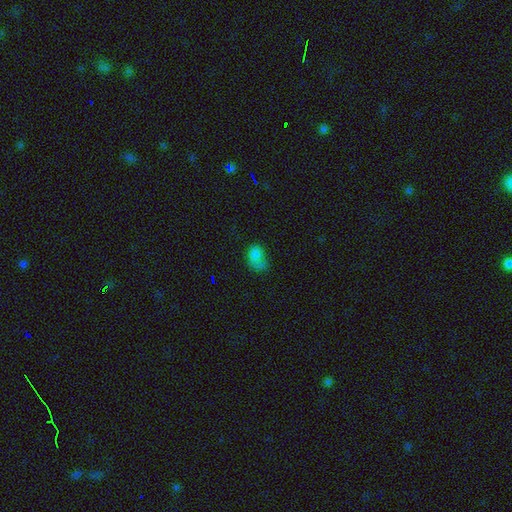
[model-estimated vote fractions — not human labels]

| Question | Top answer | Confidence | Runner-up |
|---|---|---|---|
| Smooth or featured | smooth | 75% | star or artifact (14%) |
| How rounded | in between | 75% | round (23%) |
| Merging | none | 28% | tied: major disturbance (28%) |